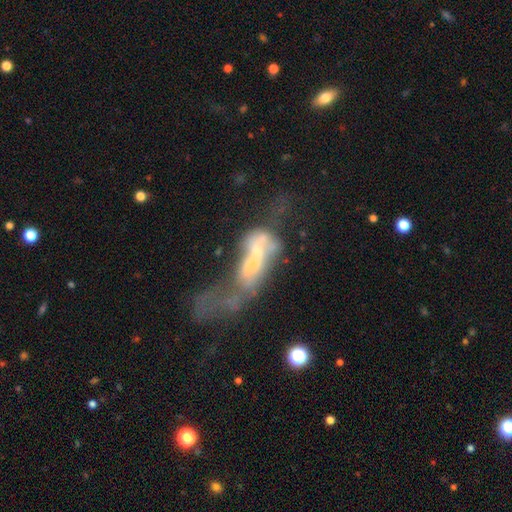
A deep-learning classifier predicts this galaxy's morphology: This is possibly a featured or disk galaxy (56%). It is clearly not viewed edge-on (88%). Merging: possibly merger (48%).